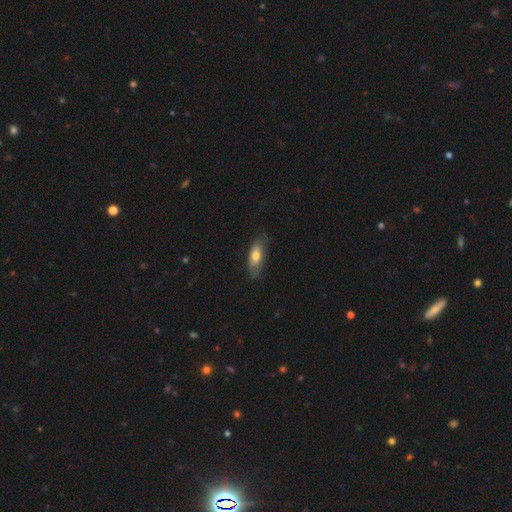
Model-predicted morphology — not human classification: smooth 67%, featured or disk 26%, star or artifact 6%. Down the decision tree: how rounded — in between (74%); merging — none (67%).